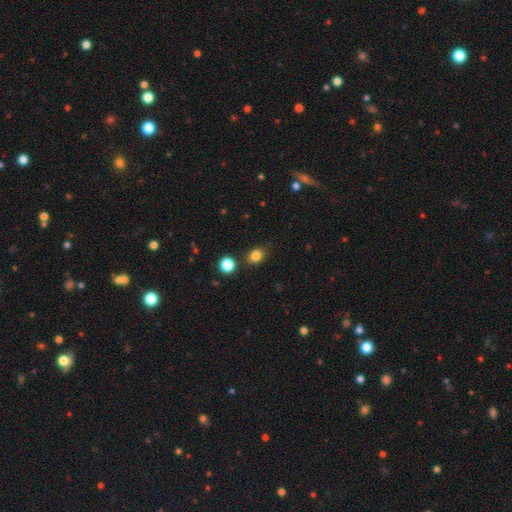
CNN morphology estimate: smooth-or-featured: smooth: 83% | star or artifact: 13% | featured or disk: 5%
  how-rounded: round: 60% | in between: 39% | cigar-shaped: 1%
  merging: none: 80% | minor disturbance: 11% | merger: 6% | major disturbance: 3%